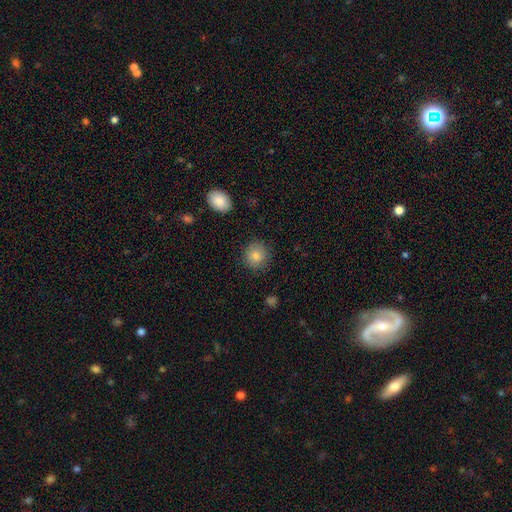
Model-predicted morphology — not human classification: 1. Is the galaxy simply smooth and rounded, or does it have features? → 83% smooth, 9% star or artifact, 8% featured or disk.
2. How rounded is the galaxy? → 89% round, 10% in between, 1% cigar-shaped.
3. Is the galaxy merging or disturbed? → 87% none, 9% minor disturbance, 3% major disturbance, 1% merger.